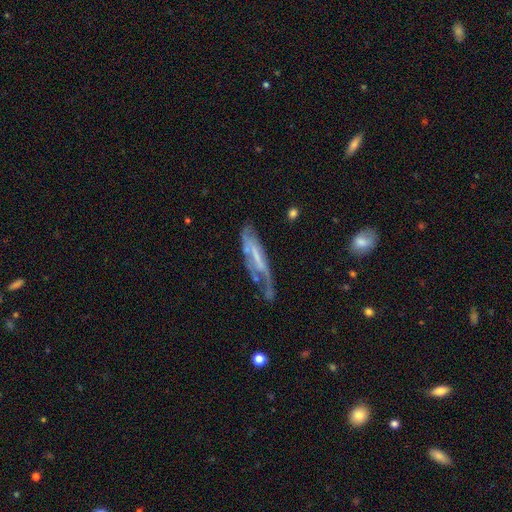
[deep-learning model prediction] Smooth or featured? featured or disk (72%)
Edge-on disk? no (68%)
Merging? none (40%)